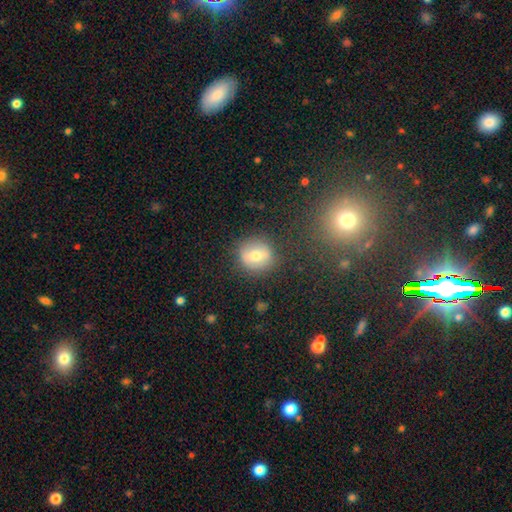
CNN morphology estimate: A smooth galaxy with no disk features (62%) that is round (87%). Merging: none (85%).